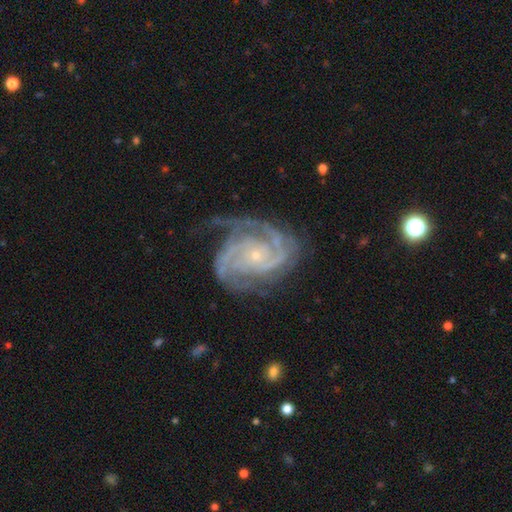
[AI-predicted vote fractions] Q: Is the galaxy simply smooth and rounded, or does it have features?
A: featured or disk — 93%.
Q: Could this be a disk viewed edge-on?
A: no — 98%.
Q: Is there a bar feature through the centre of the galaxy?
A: no — 72%.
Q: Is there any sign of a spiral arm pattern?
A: yes — 99%.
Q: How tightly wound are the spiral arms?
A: tight — 60%.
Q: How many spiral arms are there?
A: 2 — 39%.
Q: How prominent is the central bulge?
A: small — 83%.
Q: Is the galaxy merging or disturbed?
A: none — 66%.